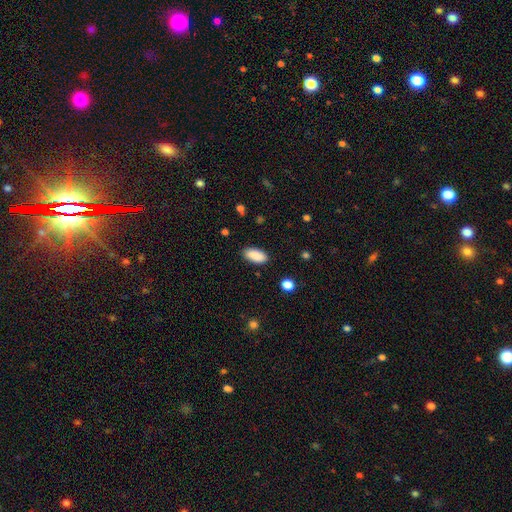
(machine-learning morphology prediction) The model was most divided on "merging": none: 88%, minor disturbance: 9%, major disturbance: 2%, merger: 1%. More confident: how rounded — in between (90%); smooth or featured — smooth (90%).